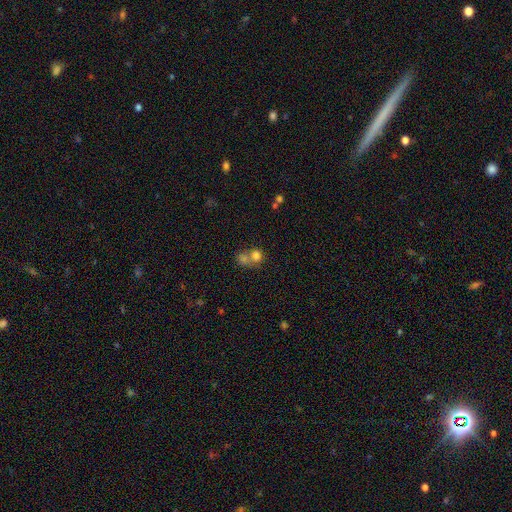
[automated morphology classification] Smooth or featured?
  - smooth: 76% *
  - star or artifact: 13%
  - featured or disk: 11%
How rounded?
  - round: 78% *
  - in between: 21%
  - cigar-shaped: 1%
Merging?
  - merger: 57% *
  - none: 34%
  - minor disturbance: 6%
  - major disturbance: 3%